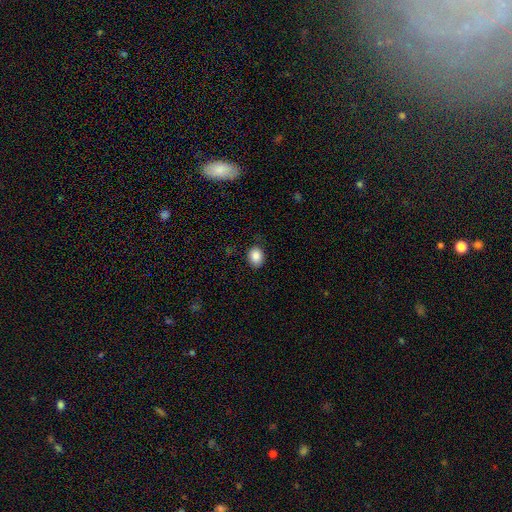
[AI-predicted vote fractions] This is clearly a smooth galaxy (87%). How rounded: possibly in between (54%). Merging: clearly none (81%).